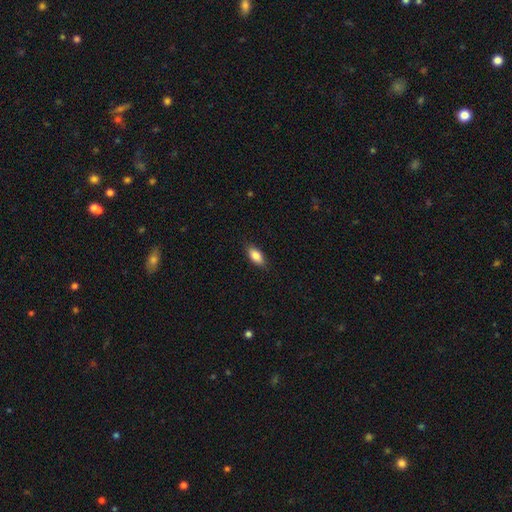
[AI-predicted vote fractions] smooth_or_featured: smooth (p=0.85) [alt: featured or disk p=0.08]
how_rounded: in between (p=0.86) [alt: cigar-shaped p=0.11]
merging: none (p=0.86) [alt: minor disturbance p=0.11]